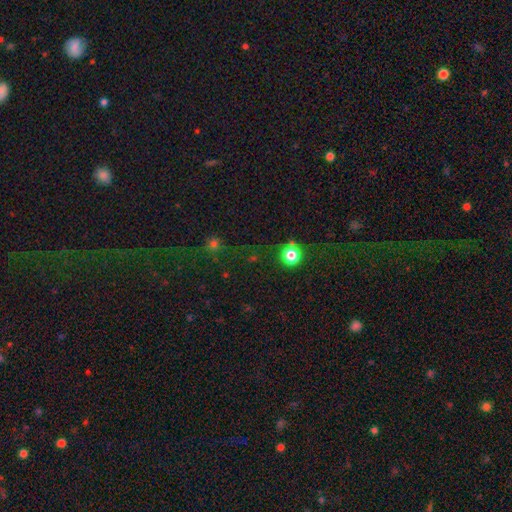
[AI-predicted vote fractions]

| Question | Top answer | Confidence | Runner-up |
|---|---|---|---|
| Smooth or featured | star or artifact | 66% | smooth (23%) |